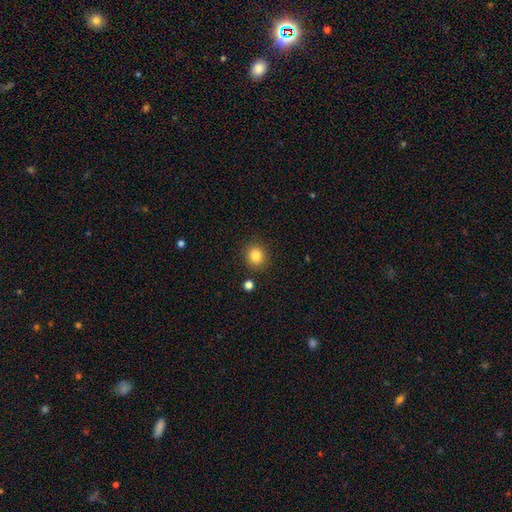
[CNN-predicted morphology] A smooth galaxy with no disk features (85%) that is round (84%). Merging: none (87%).